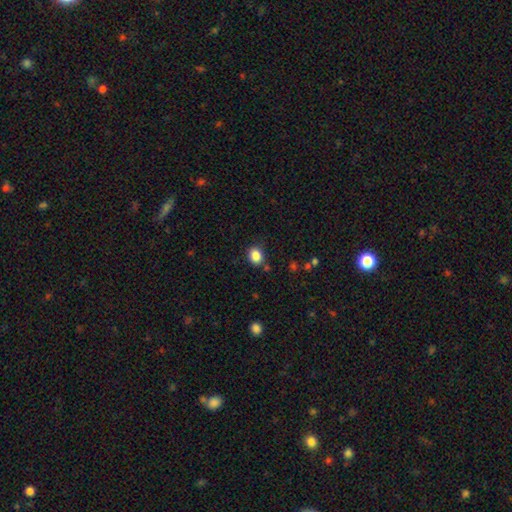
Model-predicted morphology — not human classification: This appears to be a smooth galaxy with no disk features (86%) that is round (57%). Merging: none (83%).